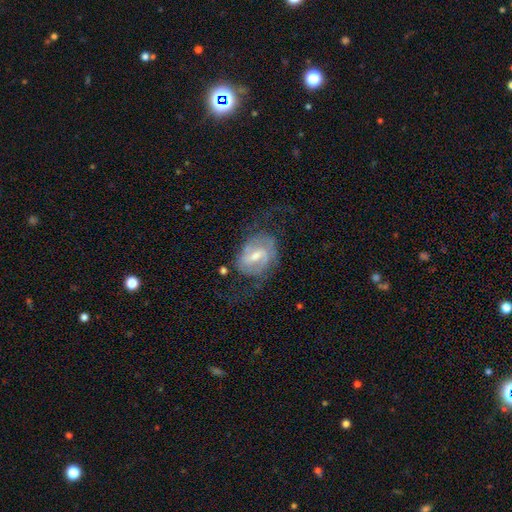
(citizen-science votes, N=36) Q: Smooth or featured?
A: featured or disk (89%); runner-up: smooth (11%)
Q: Edge-on disk?
A: no (100%)
Q: Bar?
A: weak (59%); runner-up: strong (25%)
Q: Spiral arms?
A: yes (97%); runner-up: no (3%)
Q: Spiral winding?
A: loose (45%); runner-up: medium (39%)
Q: Spiral arm count?
A: 2 (94%); runner-up: can't tell (6%)
Q: Bulge size?
A: moderate (50%); runner-up: small (38%)
Q: Merging?
A: none (81%); runner-up: minor disturbance (11%)